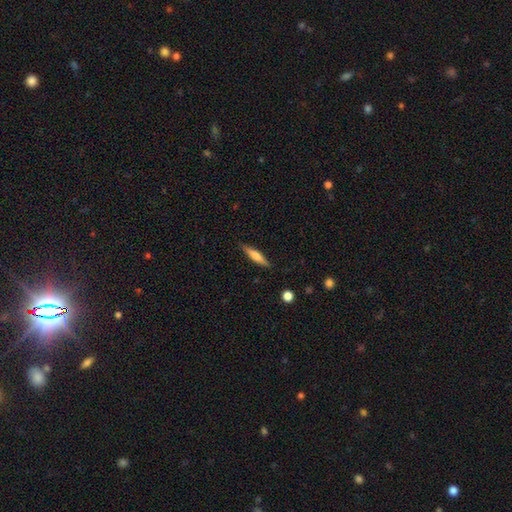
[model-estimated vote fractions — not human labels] The model was most divided on "smooth or featured": smooth: 55%, featured or disk: 39%, star or artifact: 6%. More confident: merging — none (88%); how rounded — cigar-shaped (83%).